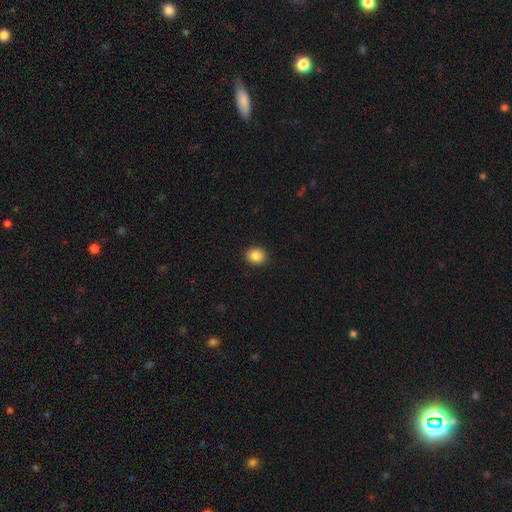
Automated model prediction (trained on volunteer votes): smooth-or-featured: smooth: 87% | star or artifact: 9% | featured or disk: 4%
  how-rounded: round: 71% | in between: 28% | cigar-shaped: 1%
  merging: none: 92% | minor disturbance: 6% | major disturbance: 2% | merger: 1%